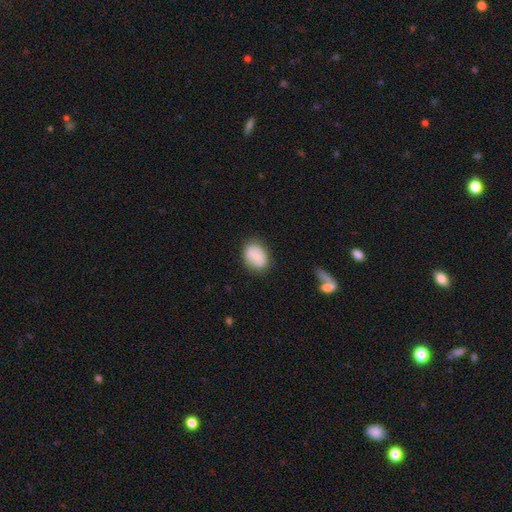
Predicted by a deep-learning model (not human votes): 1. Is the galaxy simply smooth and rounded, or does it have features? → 80% smooth, 12% featured or disk, 8% star or artifact.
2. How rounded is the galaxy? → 69% in between, 29% round, 1% cigar-shaped.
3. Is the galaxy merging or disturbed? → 78% none, 16% minor disturbance, 4% major disturbance, 2% merger.